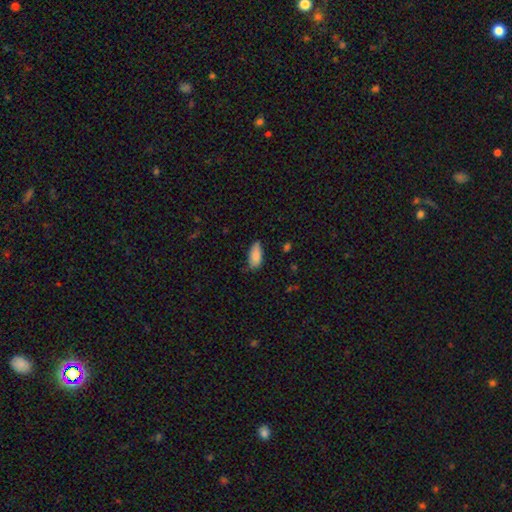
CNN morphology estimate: Q: Smooth or featured?
A: smooth (86%); runner-up: star or artifact (7%)
Q: How rounded?
A: in between (85%); runner-up: cigar-shaped (12%)
Q: Merging?
A: none (64%); runner-up: minor disturbance (29%)